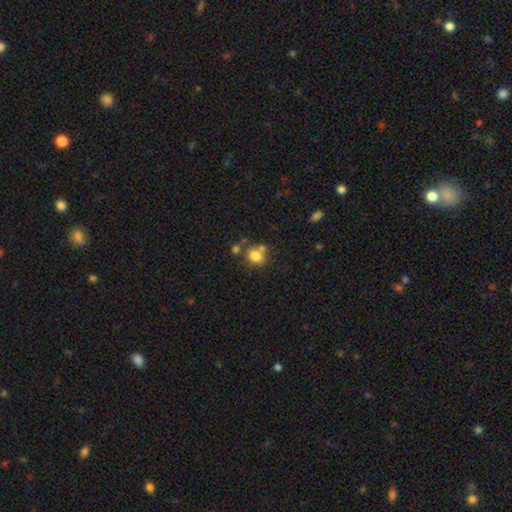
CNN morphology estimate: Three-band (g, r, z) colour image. It shows a smooth galaxy with no disk features (79%) that is round (71%). Merging: none (56%).